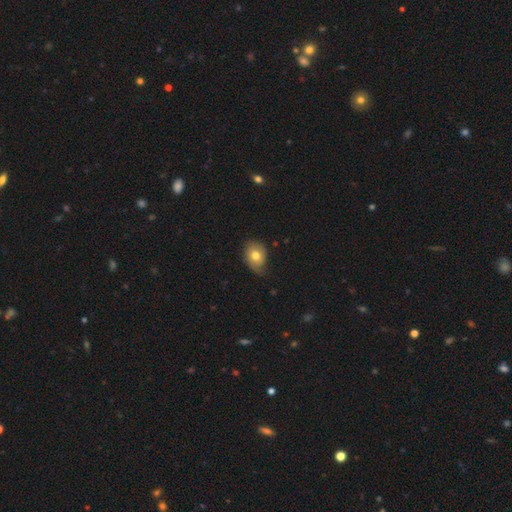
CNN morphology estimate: A smooth galaxy with no disk features (70%) that is in between round and cigar-shaped (60%).

Vote fractions:
- Smooth or featured? smooth: 70% / featured or disk: 21% / star or artifact: 8%
- How rounded? in between: 60% / round: 39% / cigar-shaped: 1%
- Merging? none: 53% / minor disturbance: 36% / major disturbance: 9% / merger: 2%